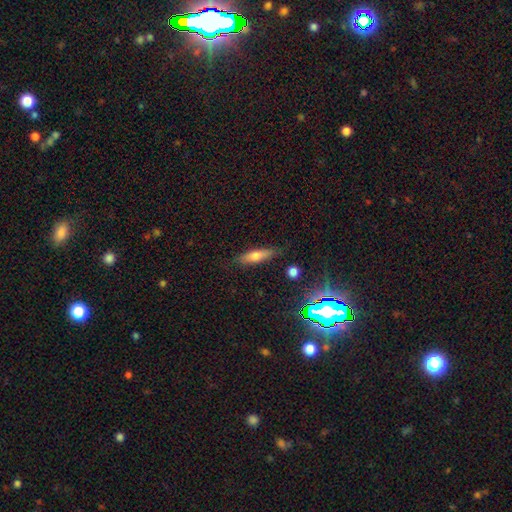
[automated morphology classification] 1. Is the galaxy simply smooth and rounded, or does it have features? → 64% smooth, 25% featured or disk, 12% star or artifact.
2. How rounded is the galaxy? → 64% cigar-shaped, 34% in between, 3% round.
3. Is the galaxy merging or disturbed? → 83% none, 12% minor disturbance, 3% major disturbance, 2% merger.